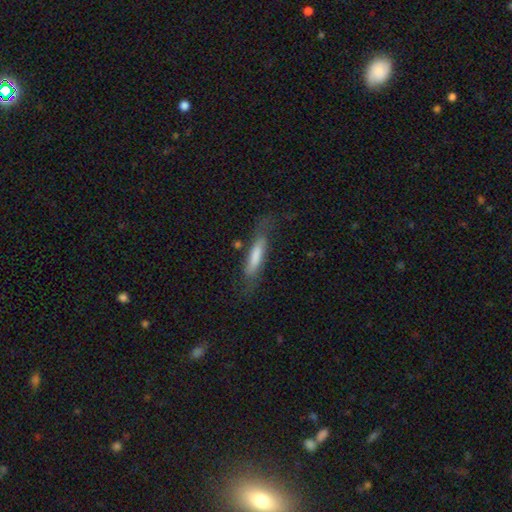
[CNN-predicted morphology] A smooth galaxy with no disk features (60%) that is cigar-shaped (81%). Merging: none (62%).